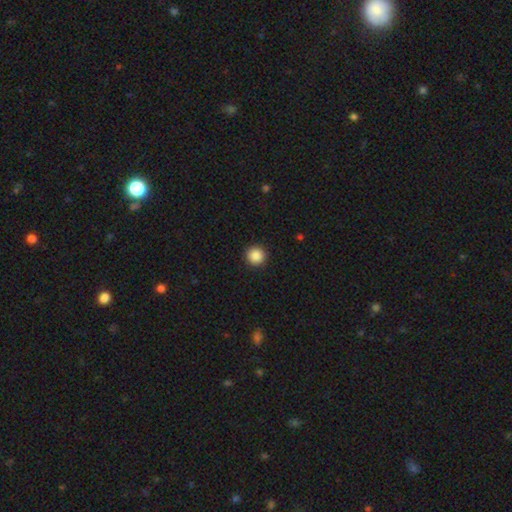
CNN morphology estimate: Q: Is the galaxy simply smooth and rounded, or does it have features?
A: smooth — 87%.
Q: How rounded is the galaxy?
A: round — 96%.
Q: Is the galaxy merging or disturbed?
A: none — 93%.